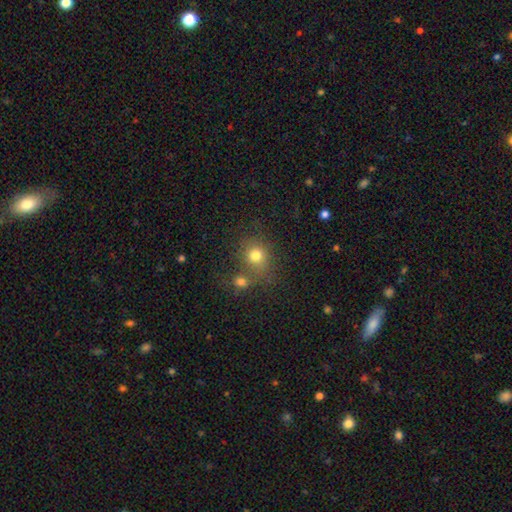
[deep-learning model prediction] smooth_or_featured: smooth (p=0.75) [alt: star or artifact p=0.15]
how_rounded: round (p=0.77) [alt: in between p=0.22]
merging: none (p=0.51) [alt: merger p=0.31]